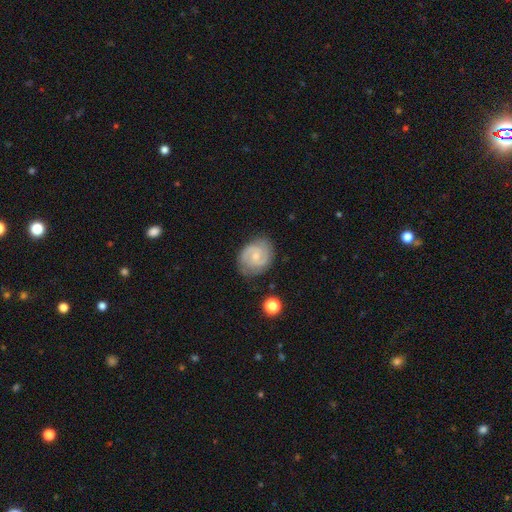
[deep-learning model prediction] Q: Smooth or featured?
A: featured or disk (78%); runner-up: smooth (17%)
Q: Edge-on disk?
A: no (98%); runner-up: yes (2%)
Q: Bar?
A: no (54%); runner-up: weak (40%)
Q: Spiral arms?
A: yes (94%); runner-up: no (6%)
Q: Spiral winding?
A: medium (45%); runner-up: tight (44%)
Q: Spiral arm count?
A: 2 (84%); runner-up: can't tell (8%)
Q: Bulge size?
A: small (62%); runner-up: moderate (33%)
Q: Merging?
A: none (77%); runner-up: minor disturbance (17%)